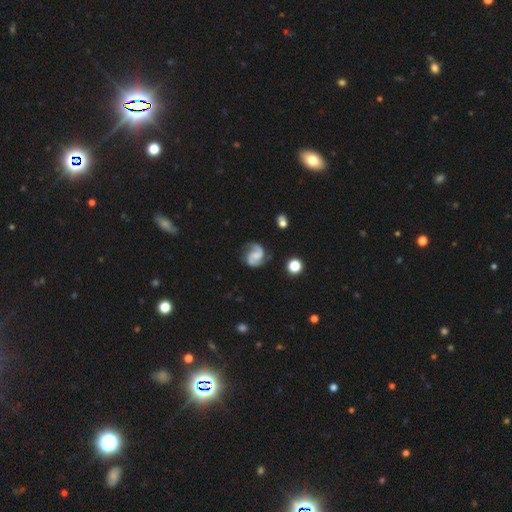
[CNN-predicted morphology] smooth-or-featured: featured or disk: 83% | smooth: 11% | star or artifact: 6%
  disk-edge-on: no: 98% | yes: 2%
    bar: no: 45% | weak: 42% | strong: 13%
    has-spiral-arms: yes: 96% | no: 4%
      spiral-winding: medium: 47% | loose: 37% | tight: 15%
      spiral-arm-count: 2: 89% | 1: 5% | can't tell: 3% | 3: 1% | 4: 1% | more than 4: 1%
    bulge-size: none: 43% | small: 34% | moderate: 18% | large: 4% | dominant: 1%
  merging: none: 71% | minor disturbance: 18% | major disturbance: 9% | merger: 3%